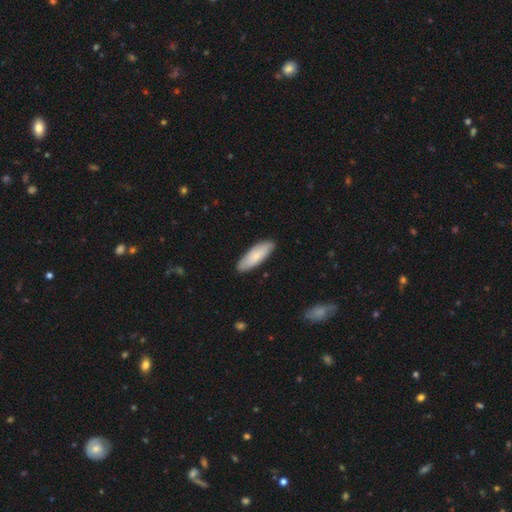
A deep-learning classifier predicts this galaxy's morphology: Smooth or featured?
  - smooth: 78% *
  - featured or disk: 18%
  - star or artifact: 5%
How rounded?
  - in between: 58% *
  - cigar-shaped: 40%
  - round: 2%
Merging?
  - none: 86% *
  - minor disturbance: 11%
  - major disturbance: 2%
  - merger: 1%